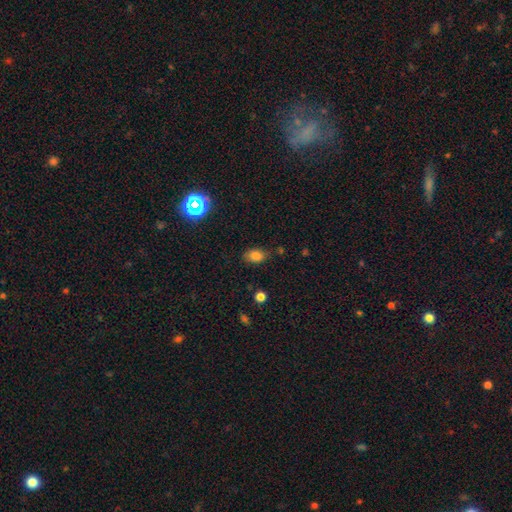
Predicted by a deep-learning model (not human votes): Smooth or featured: smooth — 80% (star or artifact — 13%)
How rounded: in between — 82% (round — 16%)
Merging: none — 76% (minor disturbance — 17%)